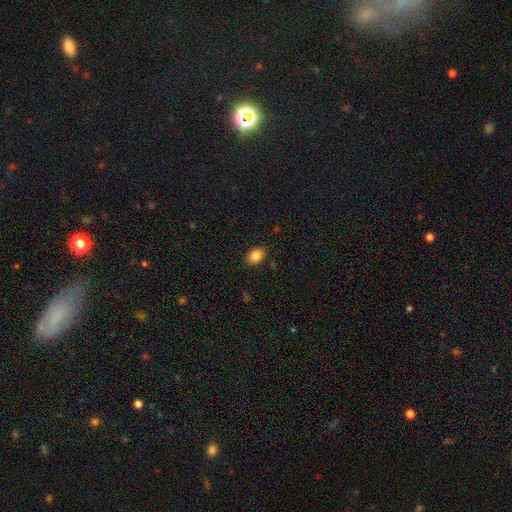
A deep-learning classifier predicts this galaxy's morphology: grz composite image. It shows a smooth galaxy with no disk features (86%) that is in between round and cigar-shaped (77%). Merging: none (87%).